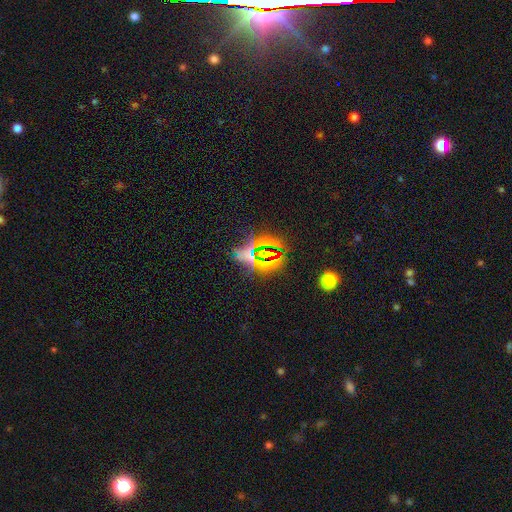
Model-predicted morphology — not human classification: Q: Smooth or featured?
A: star or artifact (72%); runner-up: smooth (18%)